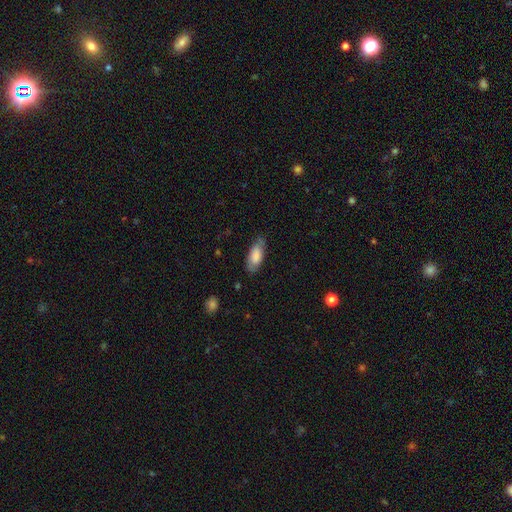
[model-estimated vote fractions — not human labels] smooth 78%, featured or disk 16%, star or artifact 6%. Down the decision tree: how rounded — in between (82%); merging — none (71%).